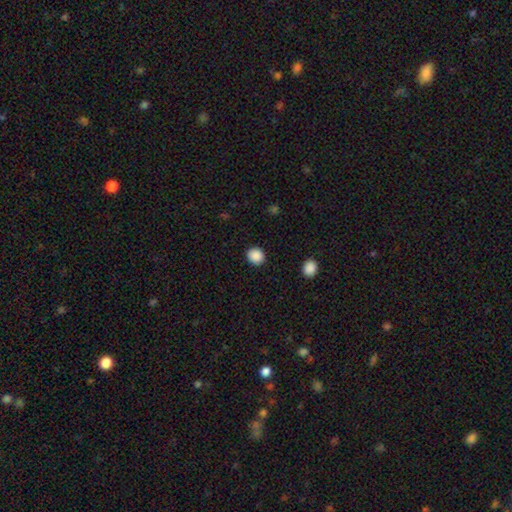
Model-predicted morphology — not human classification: smooth-or-featured: smooth: 89% | star or artifact: 9% | featured or disk: 3%
  how-rounded: round: 78% | in between: 21% | cigar-shaped: 1%
  merging: none: 90% | minor disturbance: 6% | major disturbance: 2% | merger: 1%